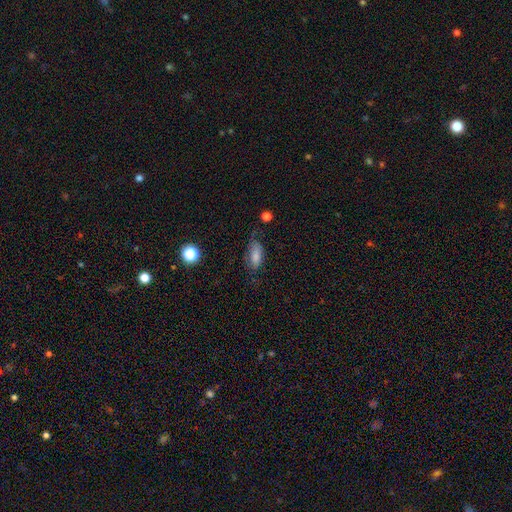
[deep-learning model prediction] smooth-or-featured: smooth: 77% | featured or disk: 14% | star or artifact: 9%
  how-rounded: in between: 85% | cigar-shaped: 11% | round: 4%
  merging: none: 55% | minor disturbance: 30% | major disturbance: 13% | merger: 3%